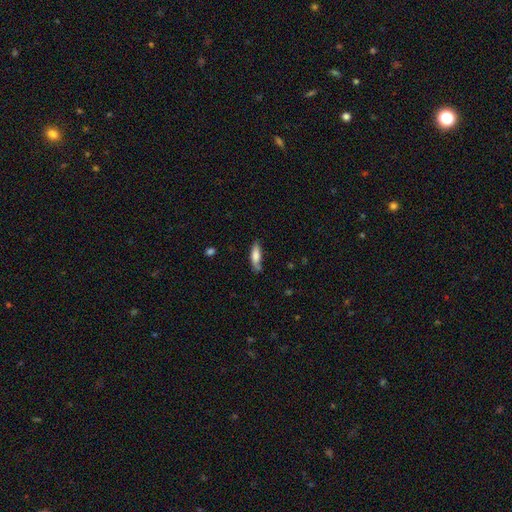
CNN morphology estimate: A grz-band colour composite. It shows a smooth galaxy with no disk features (77%) that is in between round and cigar-shaped (50%). Merging: none (66%).